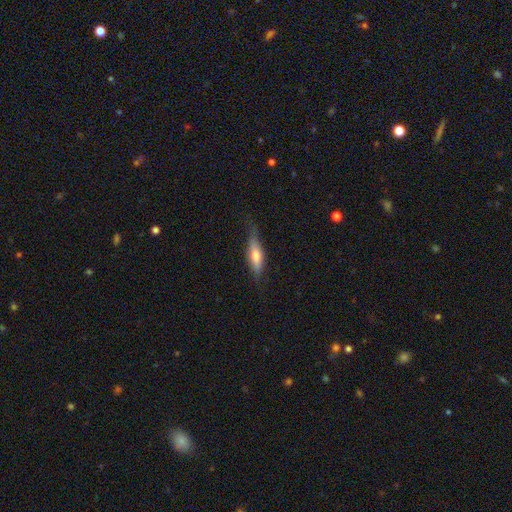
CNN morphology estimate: Smooth or featured? Predicted: smooth (p=0.54). How rounded? Predicted: cigar-shaped (p=0.59). Merging? Predicted: none (p=0.68).